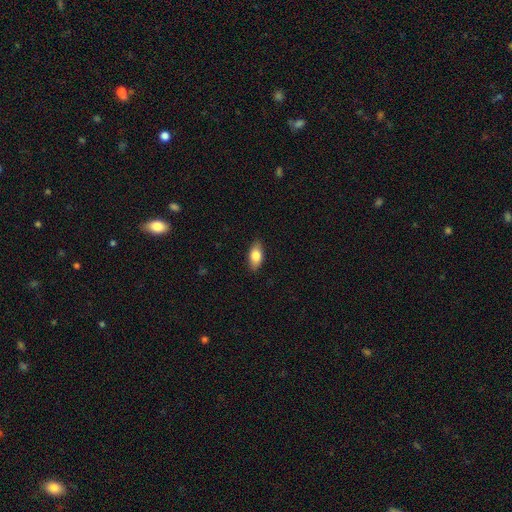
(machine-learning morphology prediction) Smooth or featured? smooth (82%)
How rounded? in between (89%)
Merging? none (86%)